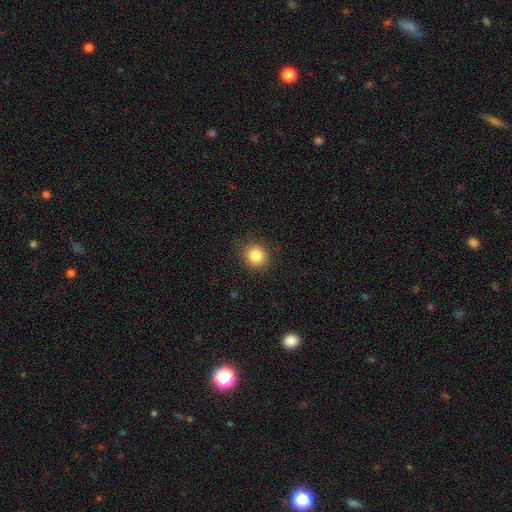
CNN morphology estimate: This appears to be a smooth galaxy with no disk features (85%) that is round (86%). Merging: none (88%).